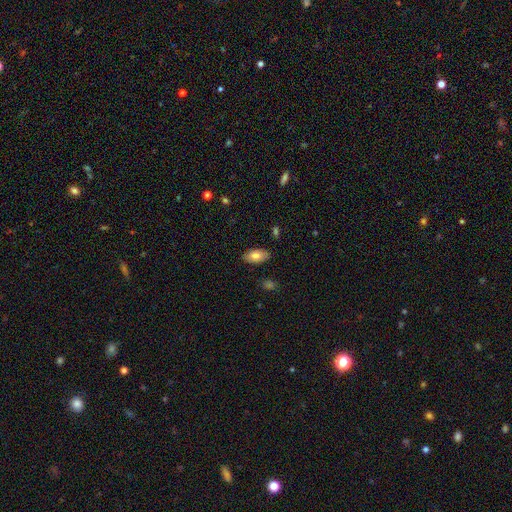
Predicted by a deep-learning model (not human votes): smooth 79%, featured or disk 14%, star or artifact 7%. Down the decision tree: how rounded — in between (93%); merging — none (87%).